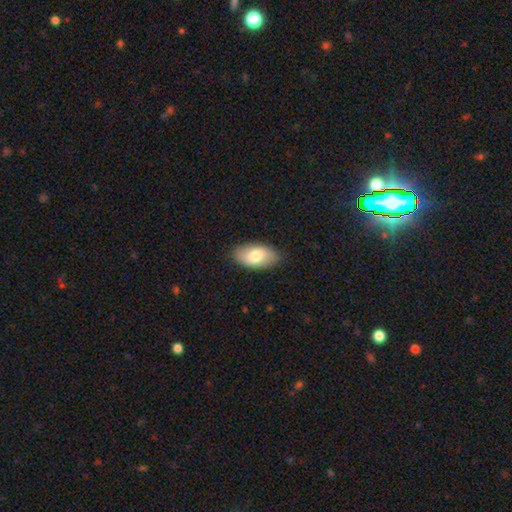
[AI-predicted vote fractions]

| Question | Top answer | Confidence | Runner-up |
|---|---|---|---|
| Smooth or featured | smooth | 76% | featured or disk (18%) |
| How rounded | in between | 94% | round (3%) |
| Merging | none | 86% | minor disturbance (11%) |